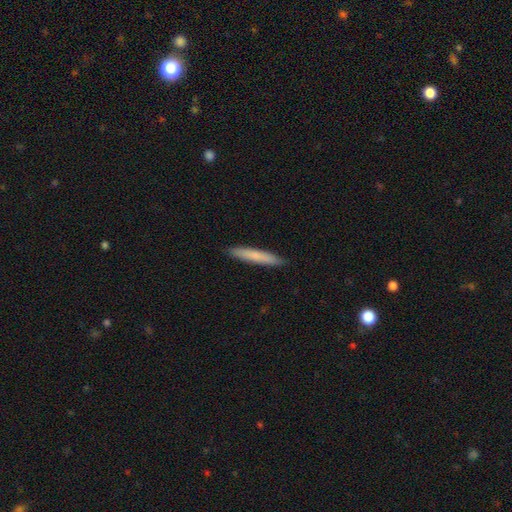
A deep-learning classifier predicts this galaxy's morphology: Smooth or featured?
  - smooth: 76% *
  - featured or disk: 18%
  - star or artifact: 6%
How rounded?
  - cigar-shaped: 94% *
  - in between: 4%
  - round: 1%
Merging?
  - none: 91% *
  - minor disturbance: 6%
  - major disturbance: 1%
  - merger: 1%